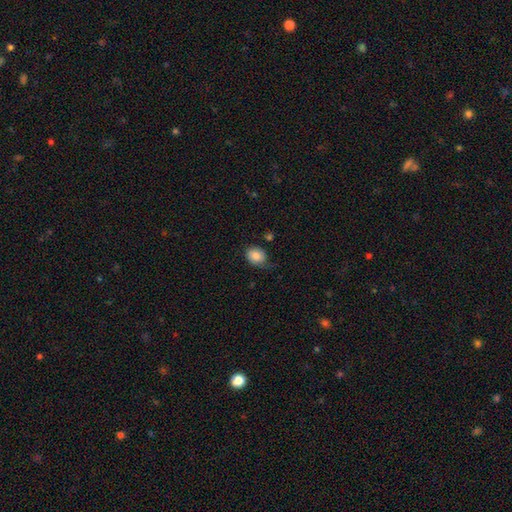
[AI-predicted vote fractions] A smooth galaxy with no disk features (83%) that is round (50%, tied with in between).

Vote fractions:
- Smooth or featured? smooth: 83% / featured or disk: 9% / star or artifact: 8%
- How rounded? round: 50% (tied) / in between: 50% (tied) / cigar-shaped: 1%
- Merging? none: 61% / minor disturbance: 28% / major disturbance: 9% / merger: 2%